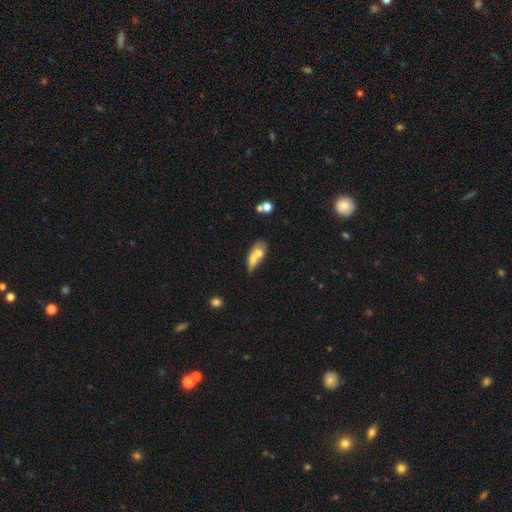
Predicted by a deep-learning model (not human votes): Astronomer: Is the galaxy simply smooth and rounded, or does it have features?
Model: smooth — 58%.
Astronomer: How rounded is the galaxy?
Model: in between — 75%.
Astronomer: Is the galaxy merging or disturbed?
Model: merger — 59%.